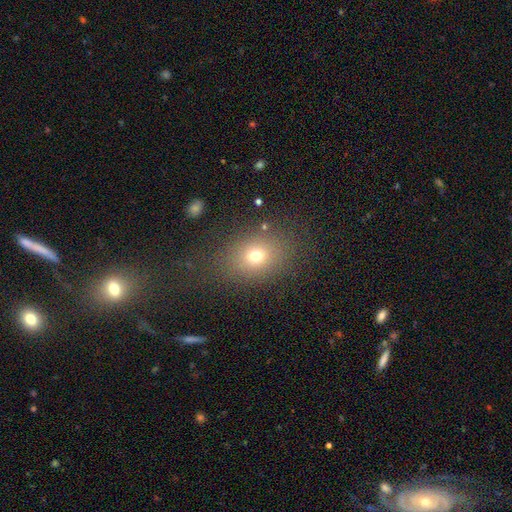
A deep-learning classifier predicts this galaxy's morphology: Q: Smooth or featured?
A: smooth (70%); runner-up: star or artifact (18%)
Q: How rounded?
A: in between (51%); runner-up: round (48%)
Q: Merging?
A: none (80%); runner-up: minor disturbance (11%)